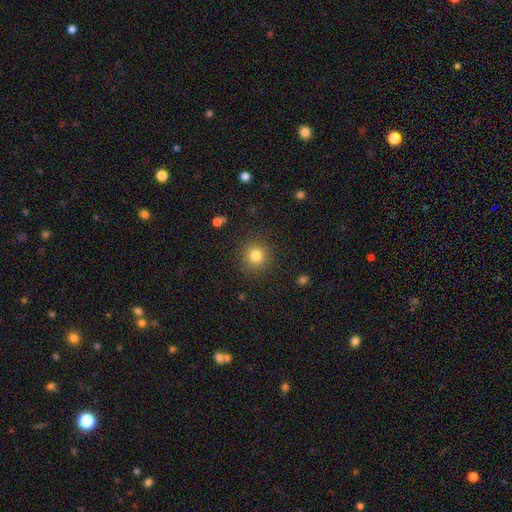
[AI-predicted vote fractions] Overall: smooth (82%). How rounded: round (93%). Merging: none (90%).